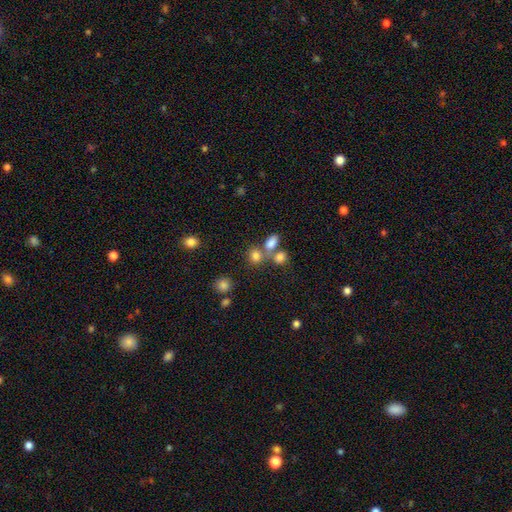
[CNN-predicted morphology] Smooth or featured? smooth (76%)
How rounded? round (57%)
Merging? none (49%)